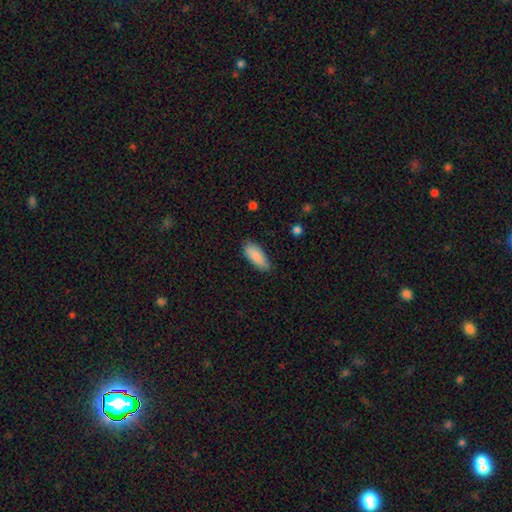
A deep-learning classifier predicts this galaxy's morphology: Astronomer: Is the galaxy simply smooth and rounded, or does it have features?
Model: smooth — 88%.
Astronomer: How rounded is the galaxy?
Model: in between — 76%.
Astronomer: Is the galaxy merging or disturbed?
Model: none — 75%.